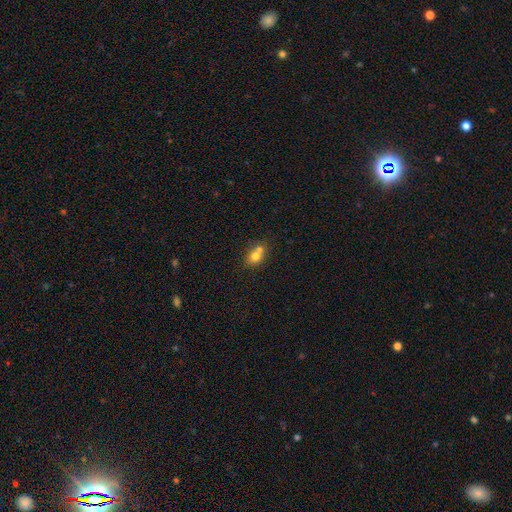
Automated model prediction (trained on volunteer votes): Smooth or featured?
  - smooth: 73% *
  - featured or disk: 16%
  - star or artifact: 11%
How rounded?
  - round: 58% *
  - in between: 41%
  - cigar-shaped: 1%
Merging?
  - merger: 53% *
  - none: 36%
  - minor disturbance: 9%
  - major disturbance: 3%